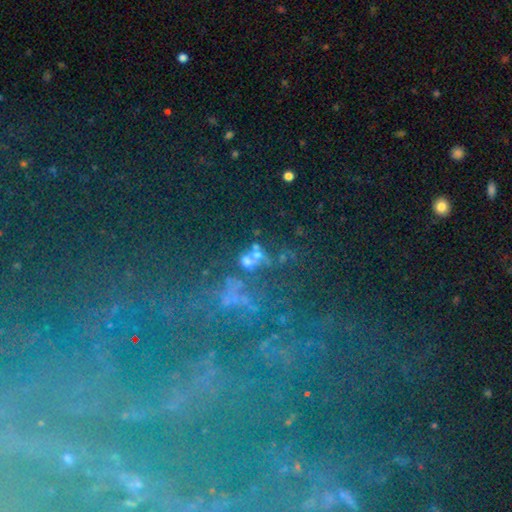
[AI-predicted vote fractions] This is marginally a star or artifact rather than a galaxy (38%).